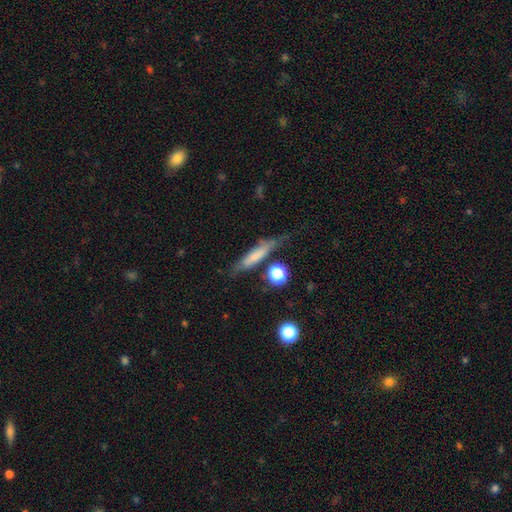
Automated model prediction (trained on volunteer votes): smooth-or-featured: smooth: 61% | featured or disk: 30% | star or artifact: 9%
  how-rounded: cigar-shaped: 80% | in between: 16% | round: 4%
  merging: none: 63% | minor disturbance: 22% | major disturbance: 9% | merger: 6%